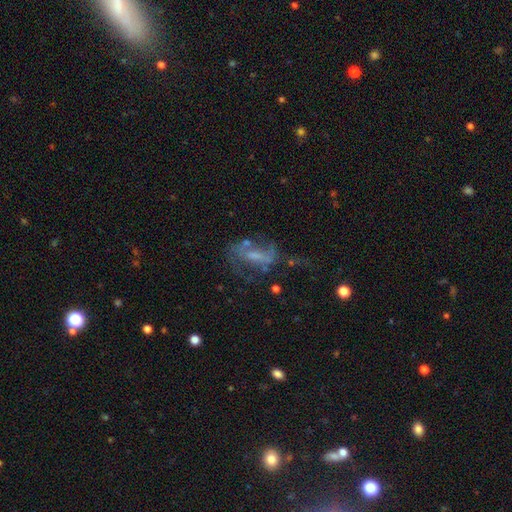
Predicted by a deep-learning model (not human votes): Overall: featured or disk (62%; smooth 23%). Edge-on disk: no (92%). Bar: no (39%, tied with weak). Spiral arms: yes (54%; no 46%). Bulge size: small (37%; none 30%). Merging: none (39%; major disturbance 34%).